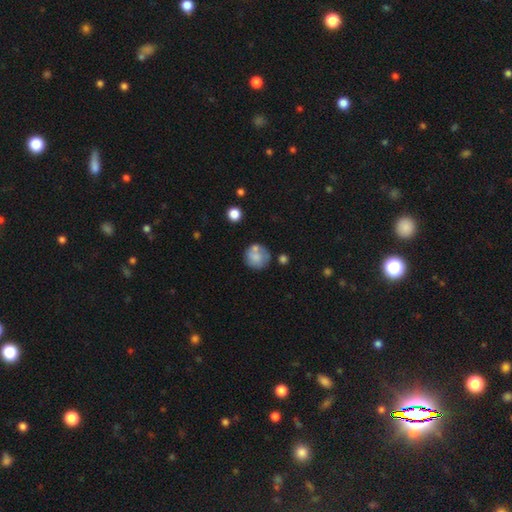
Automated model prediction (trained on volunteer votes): Overall: smooth (68%). How rounded: round (86%). Merging: none (54%; minor disturbance 19%).